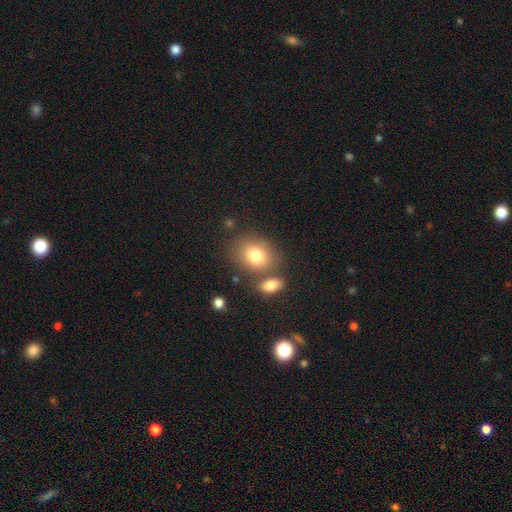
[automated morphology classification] Smooth or featured?
  - smooth: 79% *
  - featured or disk: 12%
  - star or artifact: 10%
How rounded?
  - in between: 59% *
  - round: 40%
  - cigar-shaped: 1%
Merging?
  - none: 64% *
  - merger: 19%
  - minor disturbance: 13%
  - major disturbance: 5%